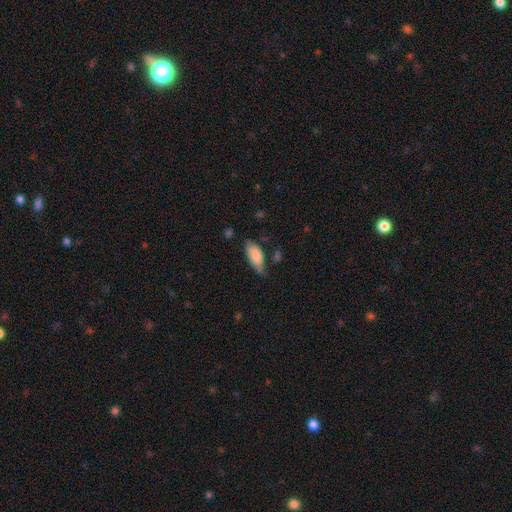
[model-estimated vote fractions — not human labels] Overall: smooth (84%). How rounded: in between (88%). Merging: none (48%; minor disturbance 37%).